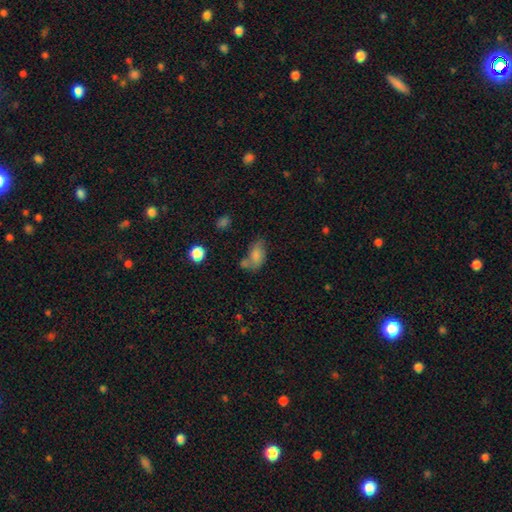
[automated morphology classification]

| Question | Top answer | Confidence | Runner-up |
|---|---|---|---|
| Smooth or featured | smooth | 73% | featured or disk (17%) |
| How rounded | in between | 89% | round (9%) |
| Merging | none | 36% | merger (27%) |